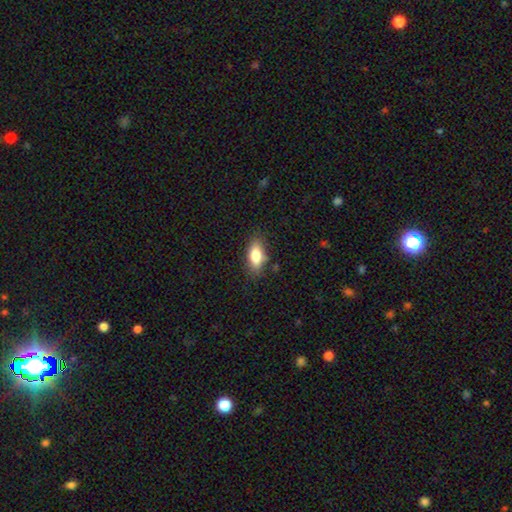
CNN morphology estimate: A smooth galaxy with no disk features (79%) that is in between round and cigar-shaped (79%).

Vote fractions:
- Smooth or featured? smooth: 79% / featured or disk: 13% / star or artifact: 8%
- How rounded? in between: 79% / cigar-shaped: 16% / round: 5%
- Merging? none: 77% / minor disturbance: 17% / major disturbance: 4% / merger: 2%